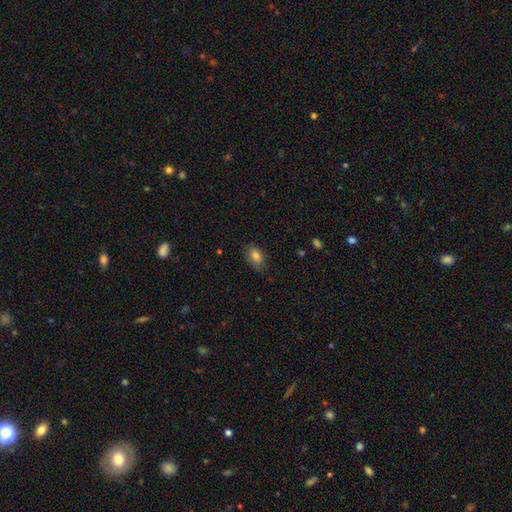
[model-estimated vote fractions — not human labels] A smooth galaxy with no disk features (83%) that is in between round and cigar-shaped (87%). Merging: none (76%).